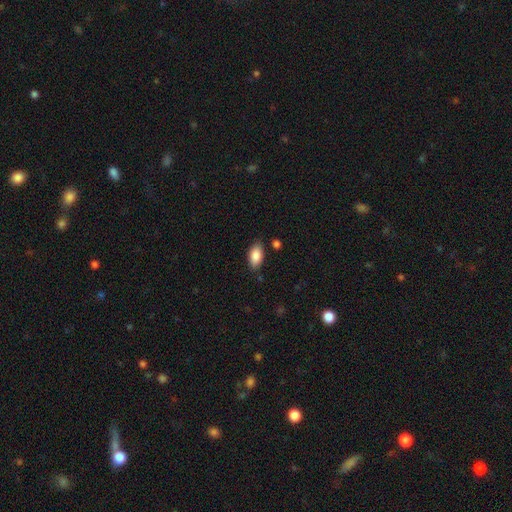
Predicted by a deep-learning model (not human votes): smooth-or-featured: smooth: 87% | star or artifact: 7% | featured or disk: 6%
  how-rounded: in between: 93% | cigar-shaped: 4% | round: 4%
  merging: none: 83% | minor disturbance: 12% | major disturbance: 3% | merger: 2%